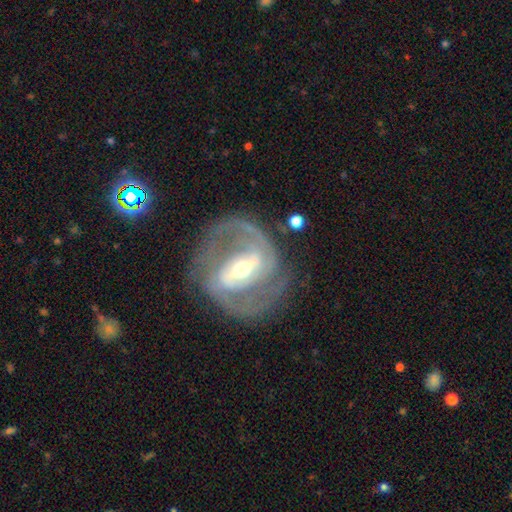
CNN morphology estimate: This appears to be a featured or disk galaxy (89%) with a strong bar (54%), 2 (78%) medium (49%) spiral arms (95%) and a moderate central bulge (60%). Merging: none (75%).